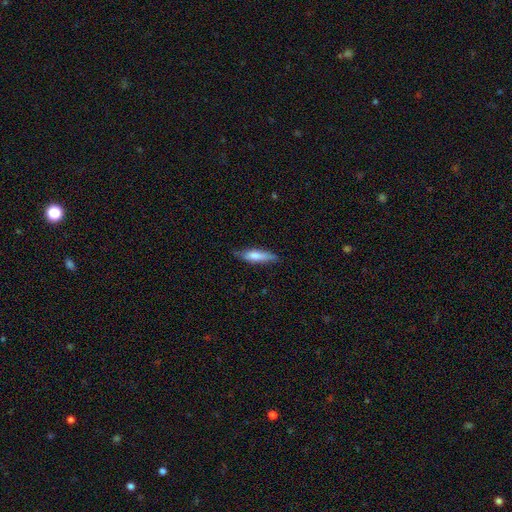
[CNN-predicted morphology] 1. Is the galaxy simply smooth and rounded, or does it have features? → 73% smooth, 21% featured or disk, 6% star or artifact.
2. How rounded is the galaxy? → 67% cigar-shaped, 31% in between, 2% round.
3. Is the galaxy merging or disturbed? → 72% none, 23% minor disturbance, 4% major disturbance, 1% merger.